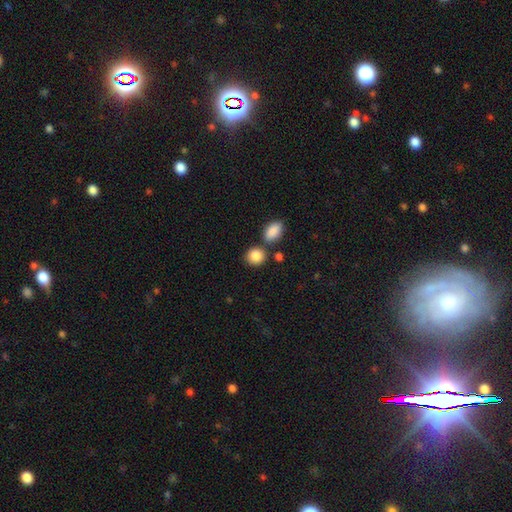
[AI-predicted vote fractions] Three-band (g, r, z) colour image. It shows a smooth galaxy with no disk features (87%) that is round (72%). Merging: none (71%).